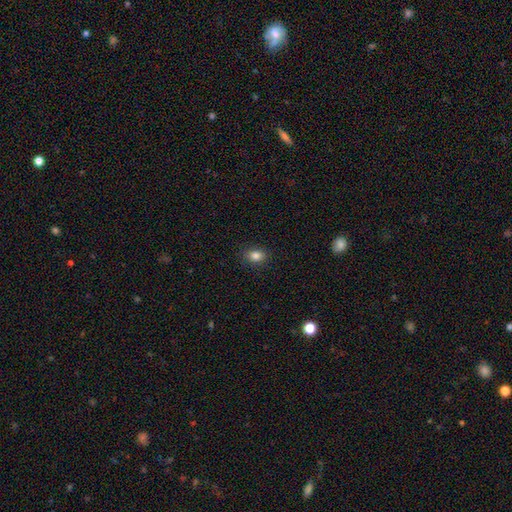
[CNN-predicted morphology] The model was most divided on "how rounded": in between: 65%, round: 34%, cigar-shaped: 1%. More confident: merging — none (88%); smooth or featured — smooth (83%).